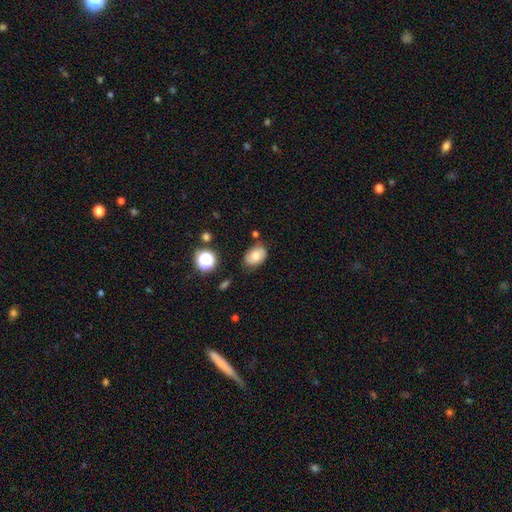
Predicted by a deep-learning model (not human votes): A smooth galaxy with no disk features (75%) that is in between round and cigar-shaped (81%). Merging: none (71%).